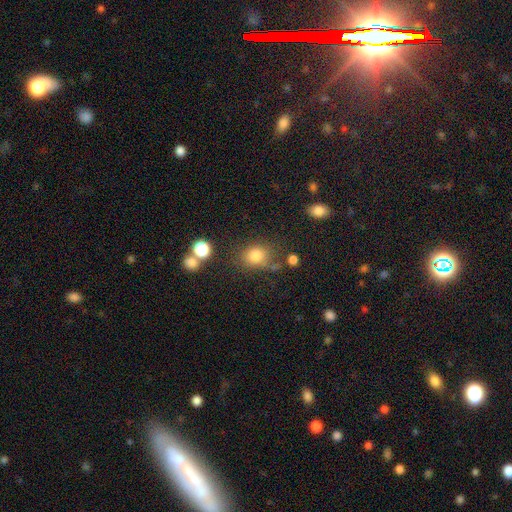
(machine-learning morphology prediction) The model was most divided on "how rounded": round: 59%, in between: 40%, cigar-shaped: 1%. More confident: smooth or featured — smooth (80%); merging — none (67%).